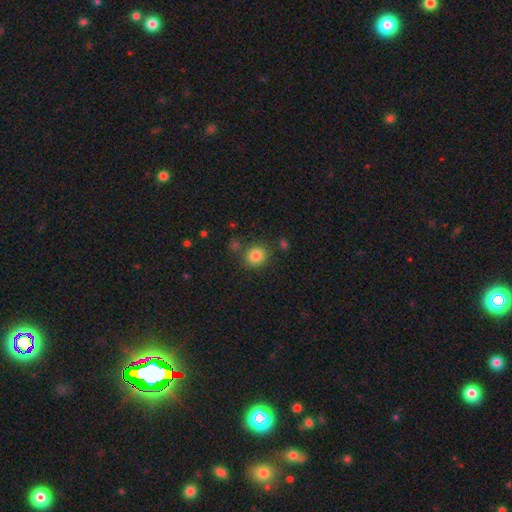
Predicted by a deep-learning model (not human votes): Smooth or featured: smooth — 84% (star or artifact — 10%)
How rounded: round — 77% (in between — 22%)
Merging: none — 79% (minor disturbance — 11%)